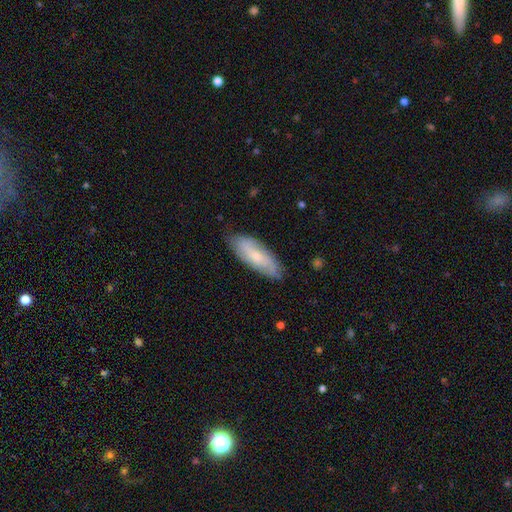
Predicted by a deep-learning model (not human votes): smooth_or_featured: smooth (p=0.51) [alt: featured or disk p=0.42]
how_rounded: in between (p=0.68) [alt: cigar-shaped p=0.30]
merging: none (p=0.80) [alt: minor disturbance p=0.16]